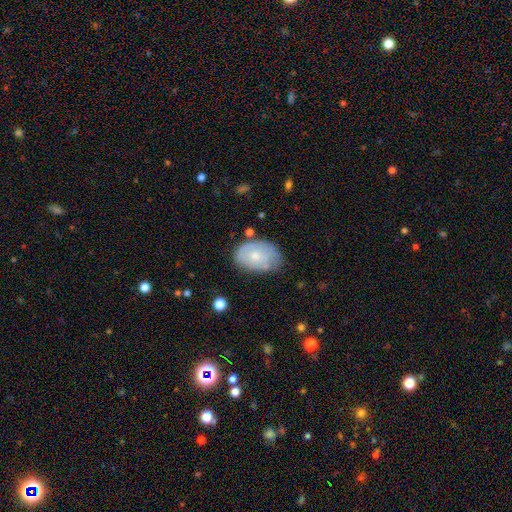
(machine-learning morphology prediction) Q: Smooth or featured?
A: smooth (59%); runner-up: featured or disk (34%)
Q: How rounded?
A: in between (85%); runner-up: round (14%)
Q: Merging?
A: none (64%); runner-up: minor disturbance (26%)